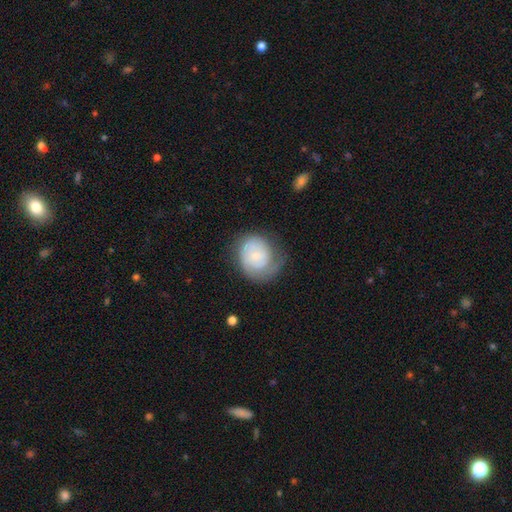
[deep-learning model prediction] smooth-or-featured: featured or disk: 54% | smooth: 39% | star or artifact: 7%
  disk-edge-on: no: 97% | yes: 3%
    bar: no: 79% | weak: 18% | strong: 3%
    has-spiral-arms: yes: 79% | no: 21%
    bulge-size: small: 73% | moderate: 21% | none: 3% | large: 2% | dominant: 1%
  merging: none: 50% | minor disturbance: 28% | major disturbance: 20% | merger: 2%